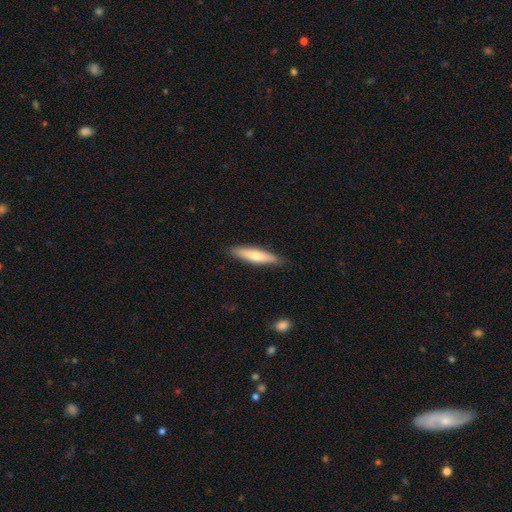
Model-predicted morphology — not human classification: A smooth galaxy with no disk features (64%) that is cigar-shaped (82%).

Vote fractions:
- Smooth or featured? smooth: 64% / featured or disk: 31% / star or artifact: 5%
- How rounded? cigar-shaped: 82% / in between: 17% / round: 1%
- Merging? none: 87% / minor disturbance: 10% / major disturbance: 2% / merger: 1%